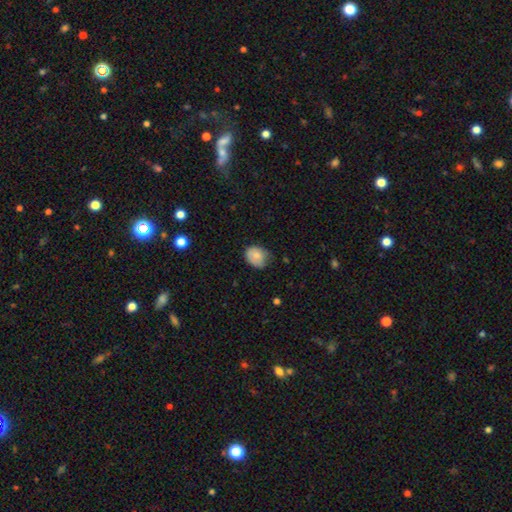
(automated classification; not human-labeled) smooth_or_featured: smooth (p=0.78) [alt: featured or disk p=0.13]
how_rounded: in between (p=0.50) [alt: round p=0.49]
merging: none (p=0.53) [alt: minor disturbance p=0.36]